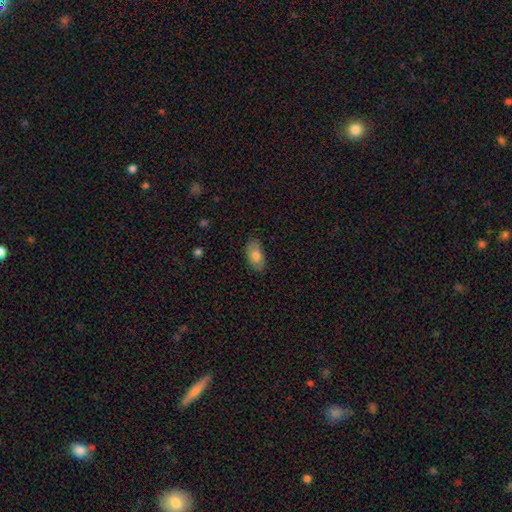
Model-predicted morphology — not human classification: Q: Smooth or featured?
A: smooth (78%); runner-up: featured or disk (15%)
Q: How rounded?
A: in between (92%); runner-up: round (4%)
Q: Merging?
A: none (83%); runner-up: minor disturbance (13%)